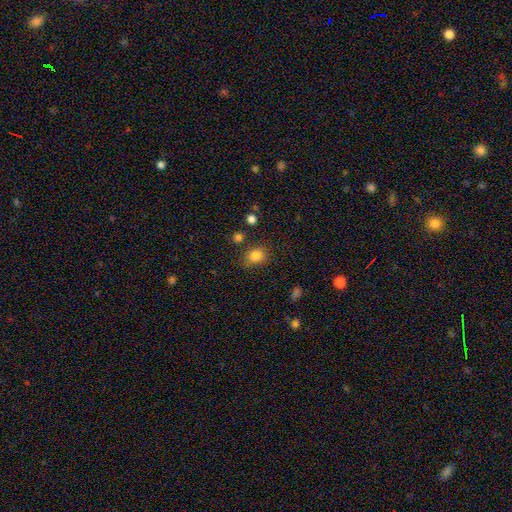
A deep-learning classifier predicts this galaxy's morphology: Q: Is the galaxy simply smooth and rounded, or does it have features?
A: smooth — 83%.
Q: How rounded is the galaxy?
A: round — 65%.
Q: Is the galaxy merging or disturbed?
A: none — 77%.